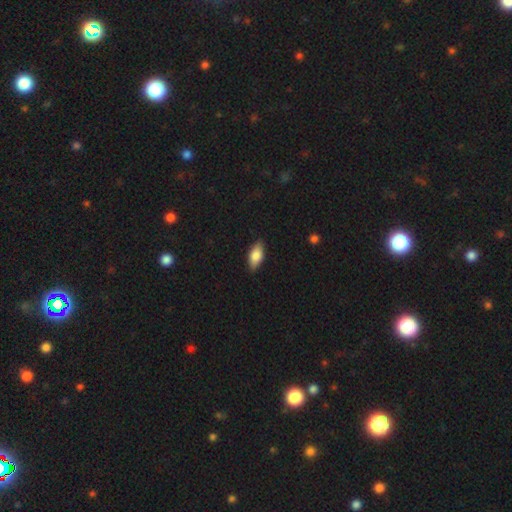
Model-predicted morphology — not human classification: Smooth or featured?
  - smooth: 76% *
  - featured or disk: 17%
  - star or artifact: 6%
How rounded?
  - in between: 87% *
  - cigar-shaped: 10%
  - round: 3%
Merging?
  - none: 86% *
  - minor disturbance: 11%
  - major disturbance: 2%
  - merger: 1%